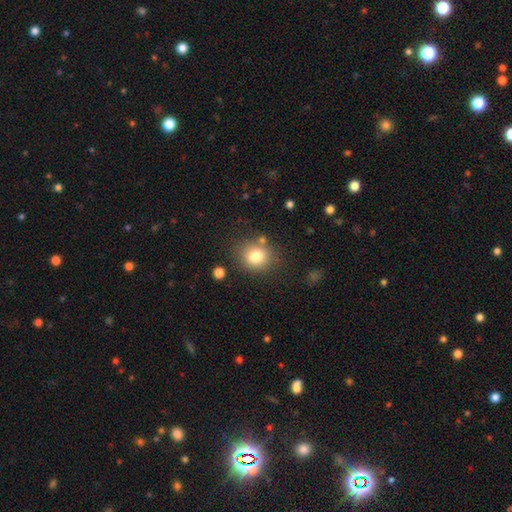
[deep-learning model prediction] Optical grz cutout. It shows a smooth galaxy with no disk features (79%) that is round (77%). Merging: none (78%).